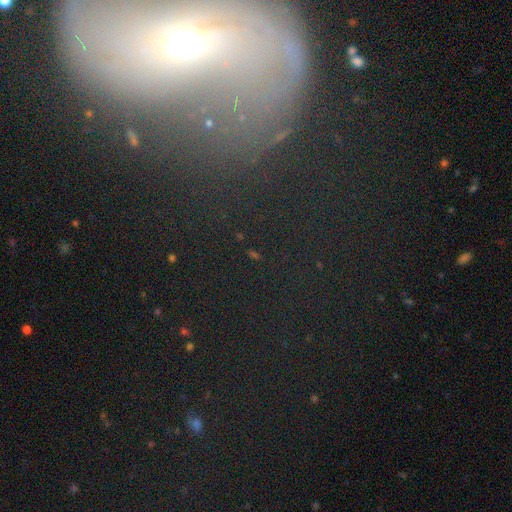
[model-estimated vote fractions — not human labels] The model was most divided on "smooth or featured": star or artifact: 62%, smooth: 19%, featured or disk: 19%.